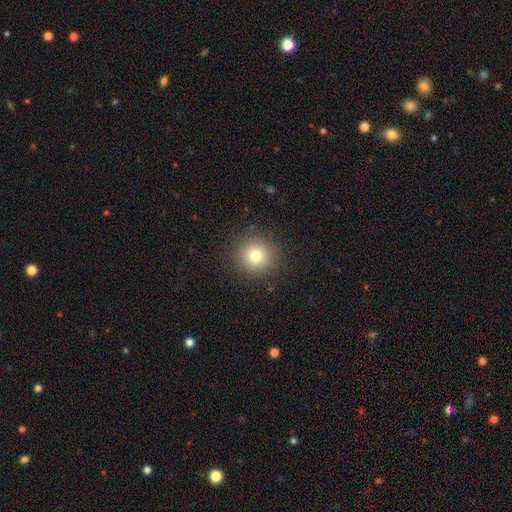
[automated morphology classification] This is likely a smooth galaxy (77%). How rounded: clearly round (93%). Merging: clearly none (90%).